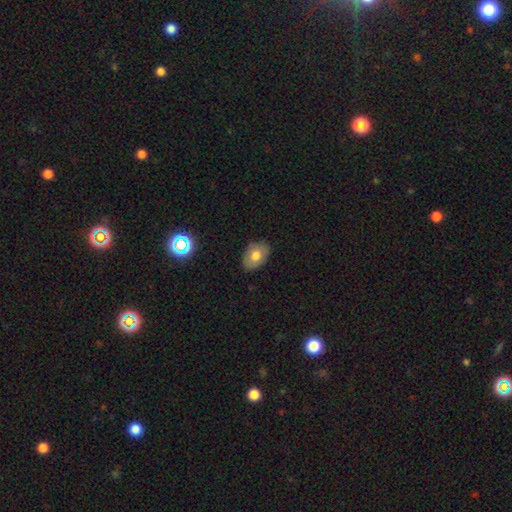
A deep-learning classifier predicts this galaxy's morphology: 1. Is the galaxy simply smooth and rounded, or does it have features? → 68% smooth, 23% featured or disk, 9% star or artifact.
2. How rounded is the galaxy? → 81% in between, 18% round, 1% cigar-shaped.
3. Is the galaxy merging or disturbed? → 83% none, 14% minor disturbance, 3% major disturbance, 1% merger.